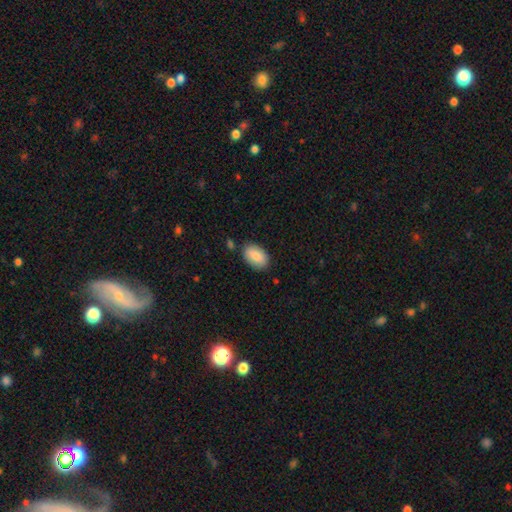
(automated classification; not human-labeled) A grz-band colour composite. It shows a smooth galaxy with no disk features (86%) that is in between round and cigar-shaped (93%). Merging: none (83%).